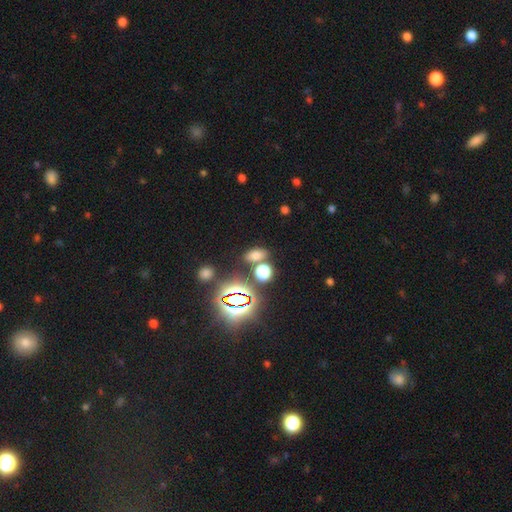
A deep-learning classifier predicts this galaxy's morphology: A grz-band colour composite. It shows a smooth galaxy with no disk features (61%) that is in between round and cigar-shaped (80%). Merging: none (72%).